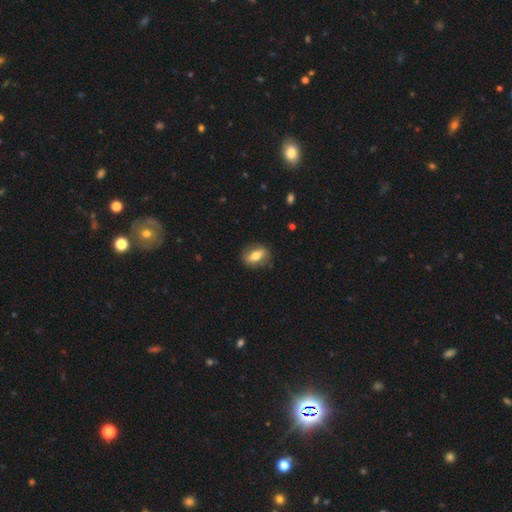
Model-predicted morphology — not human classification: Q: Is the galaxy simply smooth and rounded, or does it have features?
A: smooth — 64%.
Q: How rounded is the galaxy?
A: in between — 70%.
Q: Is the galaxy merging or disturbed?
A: none — 84%.